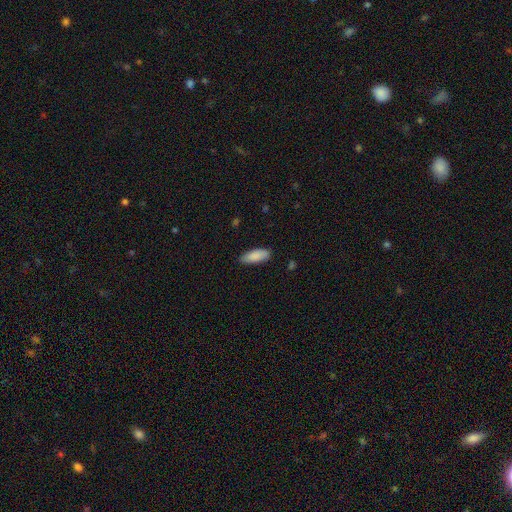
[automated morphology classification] smooth 89%, featured or disk 6%, star or artifact 6%. Down the decision tree: how rounded — in between (77%); merging — none (84%).